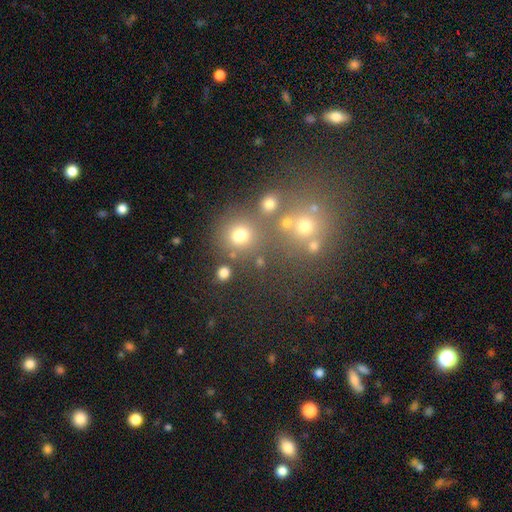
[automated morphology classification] Q: Smooth or featured?
A: smooth (48%); runner-up: star or artifact (38%)
Q: Merging?
A: none (60%); runner-up: merger (27%)